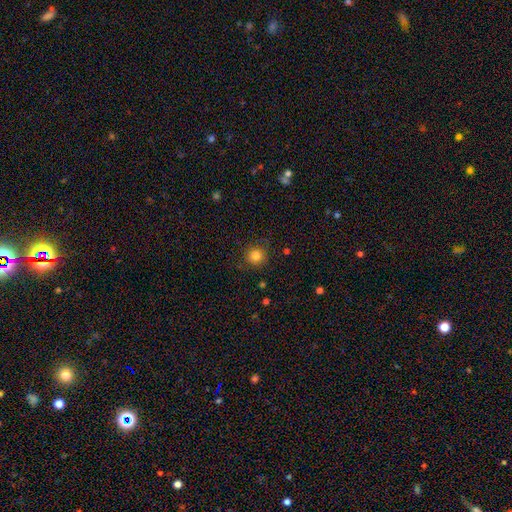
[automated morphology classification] Smooth or featured: smooth — 83% (star or artifact — 12%)
How rounded: round — 93% (in between — 6%)
Merging: none — 85% (minor disturbance — 10%)